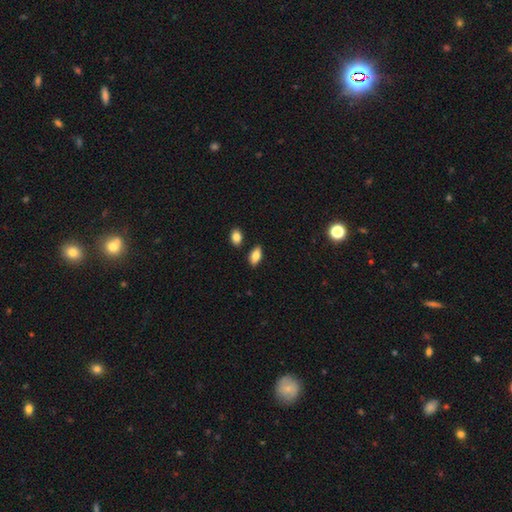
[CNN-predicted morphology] Smooth or featured: smooth — 78% (featured or disk — 14%)
How rounded: in between — 88% (cigar-shaped — 7%)
Merging: none — 83% (minor disturbance — 10%)